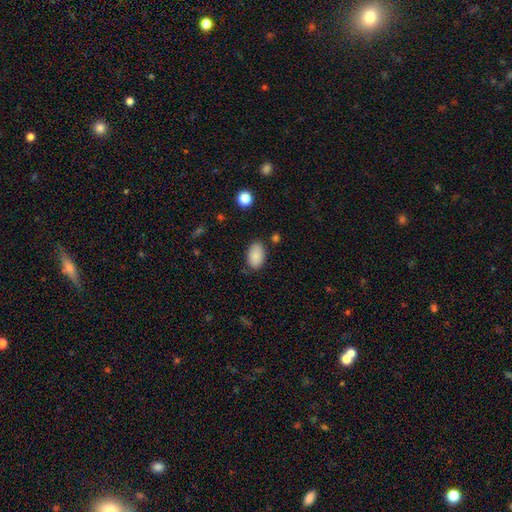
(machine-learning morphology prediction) A smooth galaxy with no disk features (88%) that is in between round and cigar-shaped (92%). Merging: none (80%).